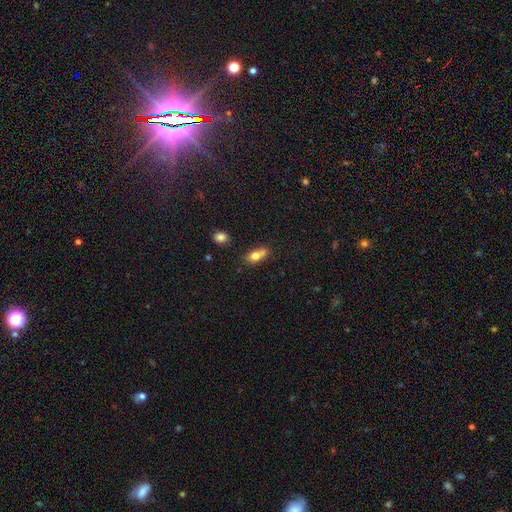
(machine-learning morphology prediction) Smooth or featured? Predicted: smooth (p=0.74). How rounded? Predicted: in between (p=0.75). Merging? Predicted: none (p=0.43).